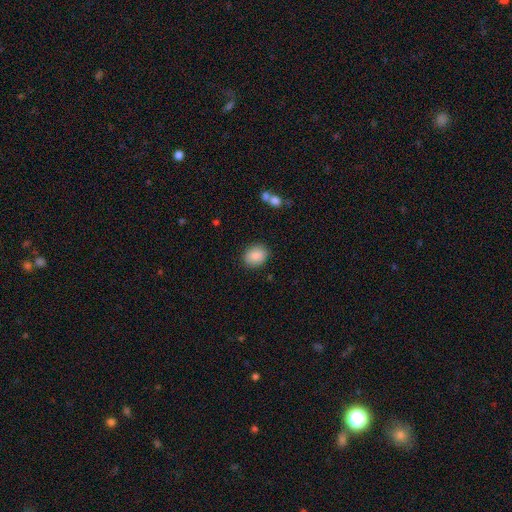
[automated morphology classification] Smooth or featured: smooth — 88% (star or artifact — 7%)
How rounded: in between — 54% (round — 45%)
Merging: none — 87% (minor disturbance — 9%)